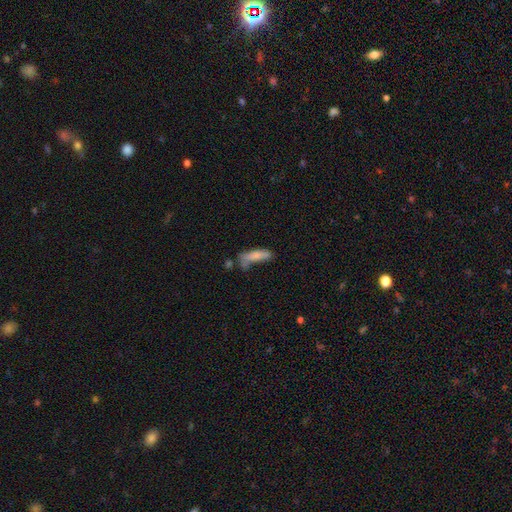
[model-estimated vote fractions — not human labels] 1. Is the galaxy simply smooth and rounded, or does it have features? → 78% smooth, 14% featured or disk, 8% star or artifact.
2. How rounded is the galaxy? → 61% cigar-shaped, 37% in between, 2% round.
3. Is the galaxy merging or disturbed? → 41% none, 26% minor disturbance, 16% major disturbance, 16% merger.